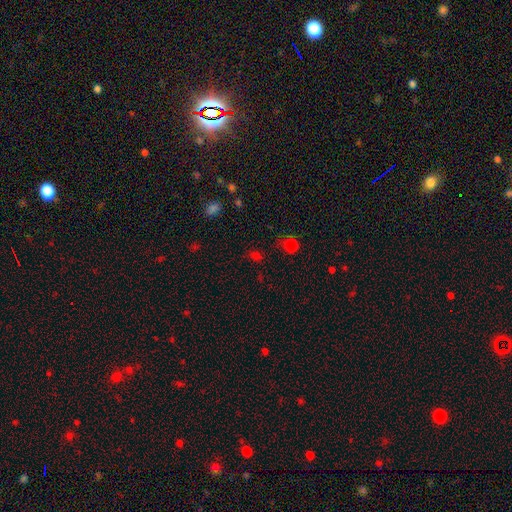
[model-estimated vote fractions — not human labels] smooth-or-featured: smooth: 57% | star or artifact: 37% | featured or disk: 7%
  how-rounded: round: 57% | in between: 41% | cigar-shaped: 2%
  merging: none: 71% | minor disturbance: 16% | major disturbance: 9% | merger: 5%